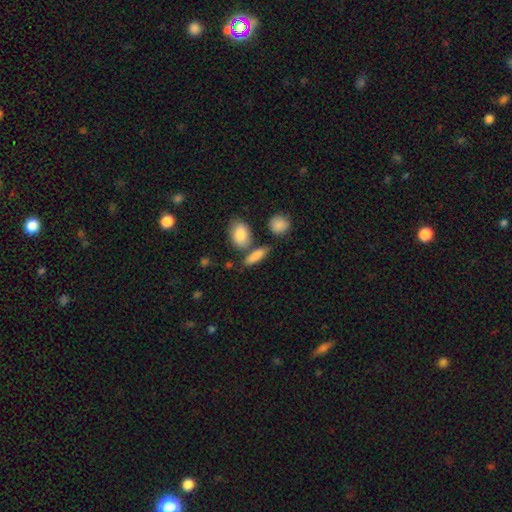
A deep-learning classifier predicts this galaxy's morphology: type=smooth (84%); roundness=in between (60%); merging=none (66%).